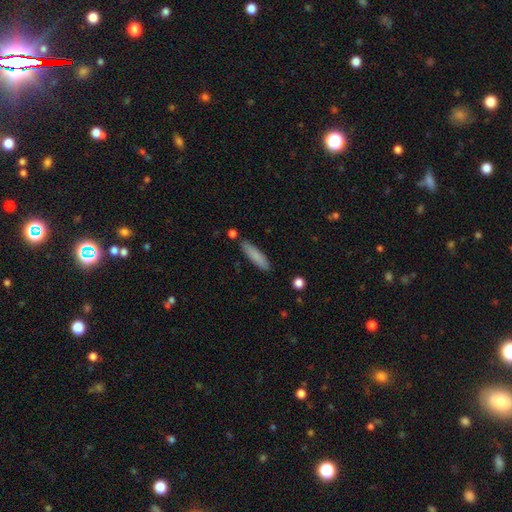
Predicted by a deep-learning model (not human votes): smooth 83%, featured or disk 10%, star or artifact 7%. Down the decision tree: how rounded — cigar-shaped (77%); merging — none (83%).